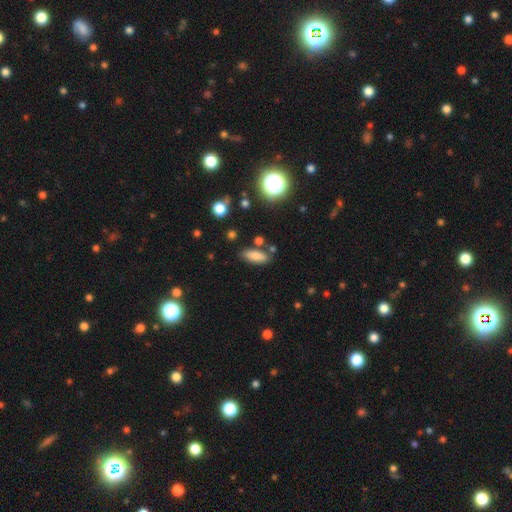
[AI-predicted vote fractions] smooth_or_featured: smooth (p=0.80) [alt: star or artifact p=0.11]
how_rounded: in between (p=0.75) [alt: cigar-shaped p=0.22]
merging: none (p=0.78) [alt: minor disturbance p=0.13]